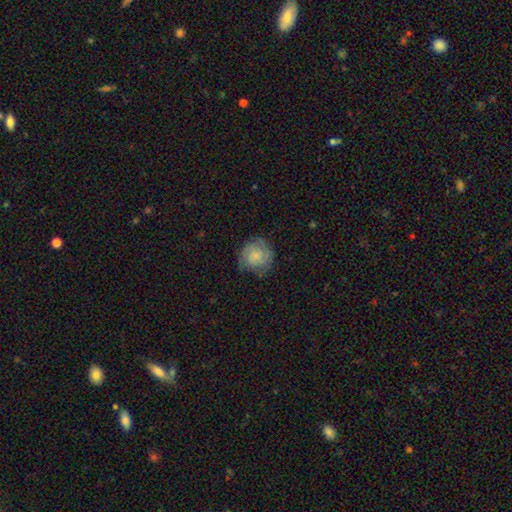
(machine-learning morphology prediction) Smooth or featured? Predicted: featured or disk (p=0.52). Edge-on disk? Predicted: no (p=0.98). Bar? Predicted: no (p=0.74). Spiral arms? Predicted: yes (p=0.88). Bulge size? Predicted: small (p=0.46). Merging? Predicted: none (p=0.72).